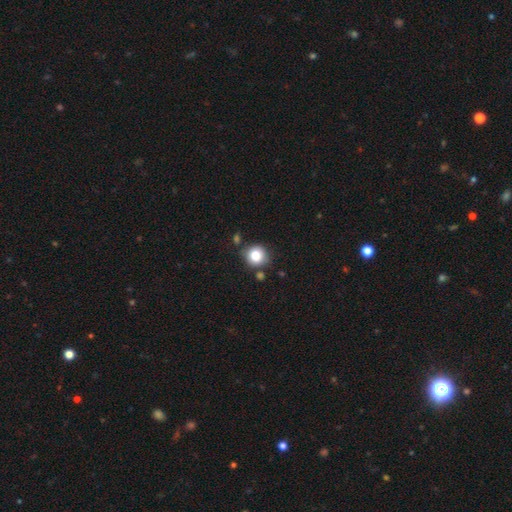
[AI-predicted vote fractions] Smooth or featured? Predicted: smooth (p=0.82). How rounded? Predicted: round (p=0.87). Merging? Predicted: none (p=0.74).